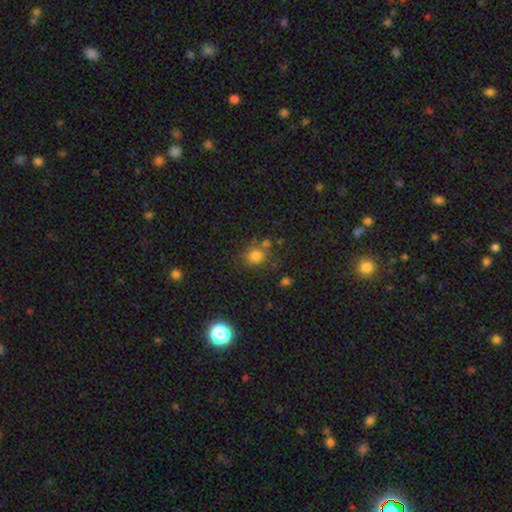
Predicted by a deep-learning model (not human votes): A smooth galaxy with no disk features (76%) that is round (81%). Merging: none (66%).